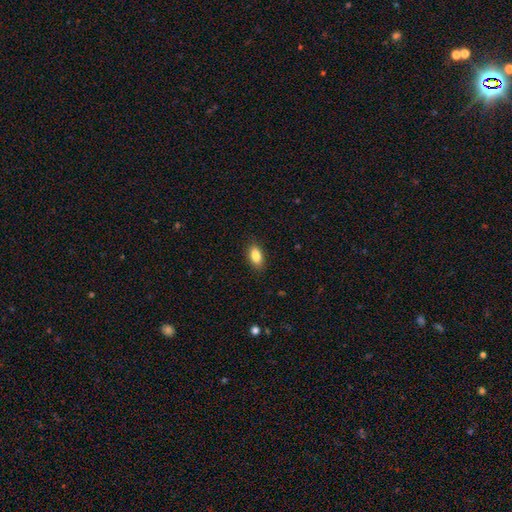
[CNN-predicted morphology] Smooth or featured? Predicted: smooth (p=0.86). How rounded? Predicted: in between (p=0.90). Merging? Predicted: none (p=0.87).